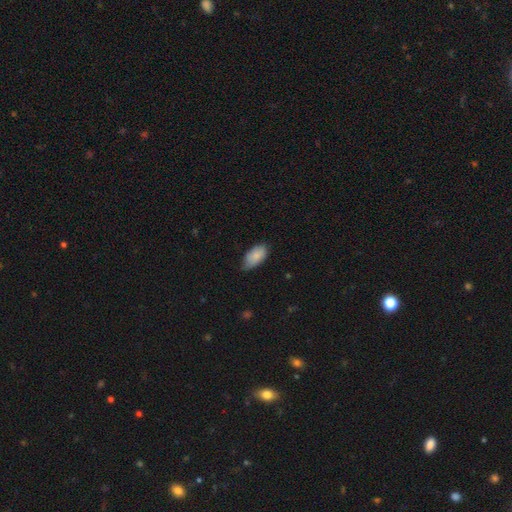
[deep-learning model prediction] smooth_or_featured: smooth (p=0.84) [alt: featured or disk p=0.09]
how_rounded: in between (p=0.94) [alt: cigar-shaped p=0.03]
merging: none (p=0.61) [alt: minor disturbance p=0.33]